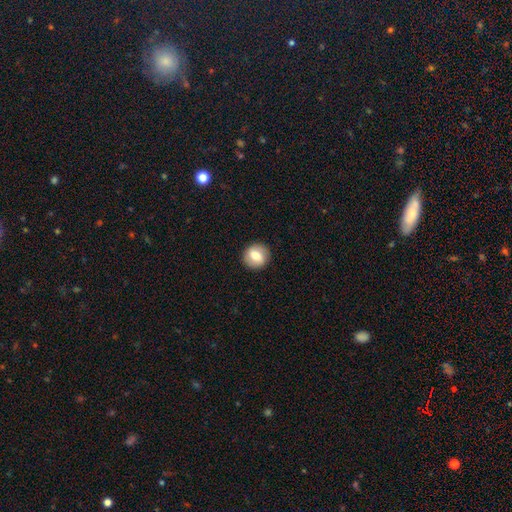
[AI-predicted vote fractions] The model was most divided on "smooth or featured": smooth: 73%, featured or disk: 19%, star or artifact: 8%. More confident: merging — none (90%); how rounded — round (86%).